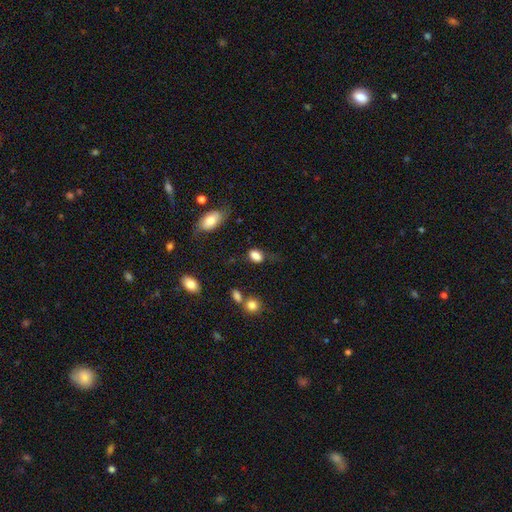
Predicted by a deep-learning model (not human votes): The model was most divided on "merging": none: 52%, minor disturbance: 28%, major disturbance: 15%, merger: 5%. More confident: how rounded — in between (83%); smooth or featured — smooth (82%).